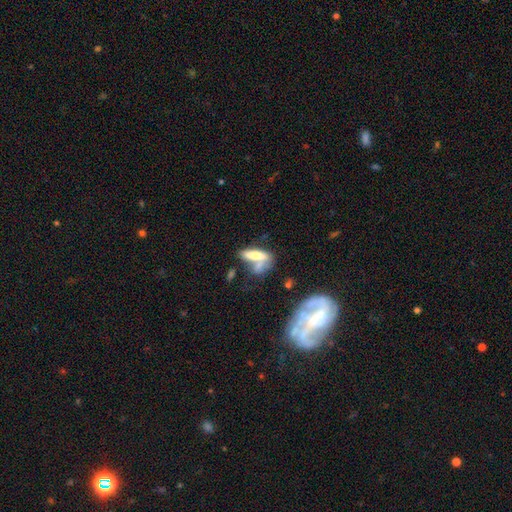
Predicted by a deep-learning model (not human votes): Smooth or featured? smooth (62%)
How rounded? cigar-shaped (52%)
Merging? none (32%, tied with merger)